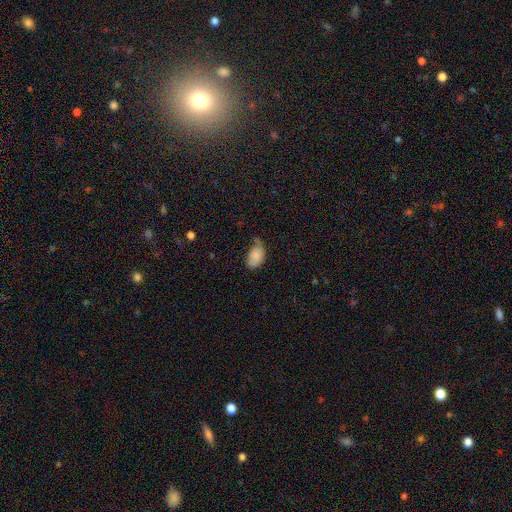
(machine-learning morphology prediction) This is clearly a smooth galaxy (83%). How rounded: clearly in between (90%). Merging: marginally minor disturbance (41%).